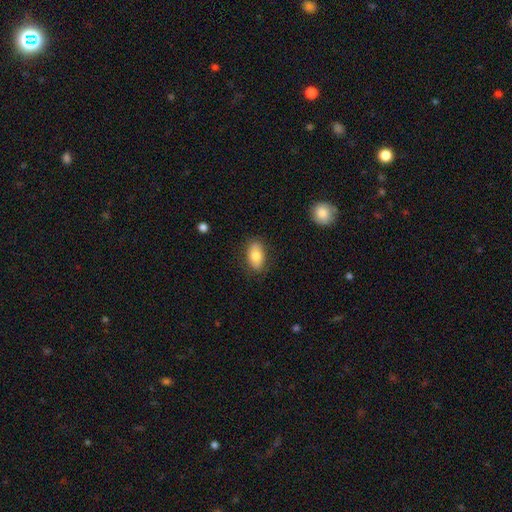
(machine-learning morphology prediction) Smooth or featured? Predicted: smooth (p=0.79). How rounded? Predicted: in between (p=0.90). Merging? Predicted: none (p=0.83).